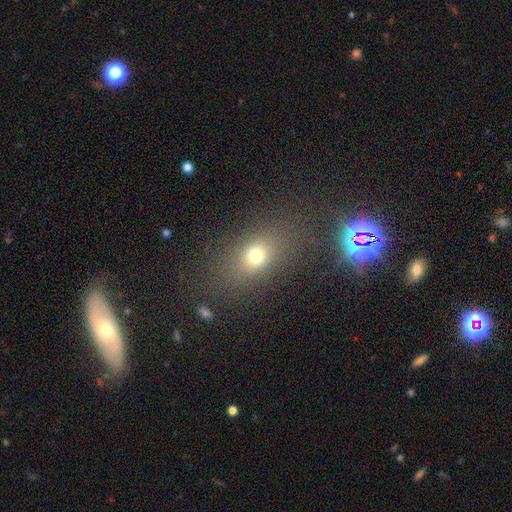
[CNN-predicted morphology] Q: Smooth or featured?
A: smooth (70%); runner-up: star or artifact (18%)
Q: How rounded?
A: in between (64%); runner-up: round (32%)
Q: Merging?
A: none (74%); runner-up: minor disturbance (12%)